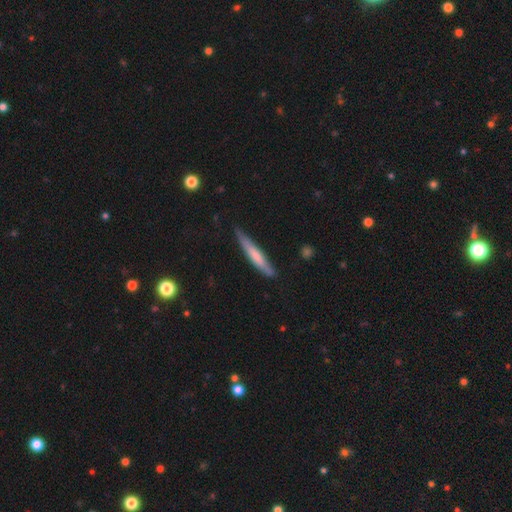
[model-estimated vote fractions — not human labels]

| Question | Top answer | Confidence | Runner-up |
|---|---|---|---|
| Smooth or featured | smooth | 59% | featured or disk (35%) |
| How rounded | cigar-shaped | 93% | in between (6%) |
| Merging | none | 78% | minor disturbance (18%) |